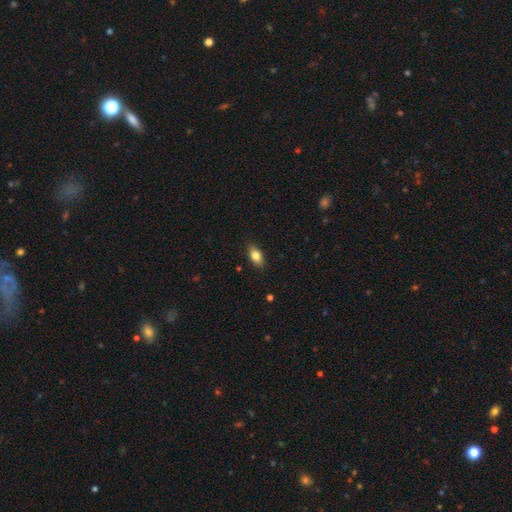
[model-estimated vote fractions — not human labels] Smooth or featured: smooth — 81% (featured or disk — 12%)
How rounded: in between — 88% (cigar-shaped — 6%)
Merging: none — 87% (minor disturbance — 10%)